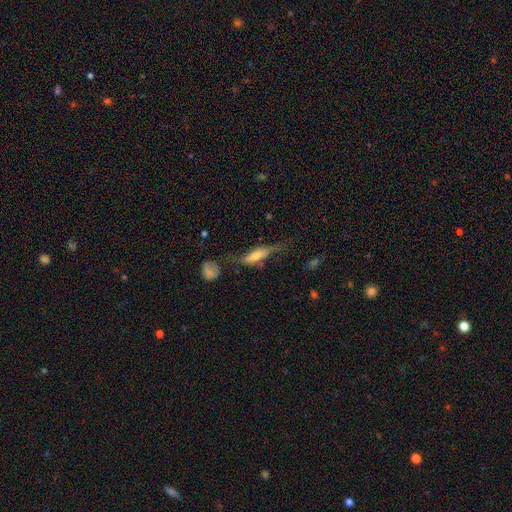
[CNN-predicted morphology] Smooth or featured: featured or disk — 46% (smooth — 45%)
Merging: none — 41% (major disturbance — 26%)